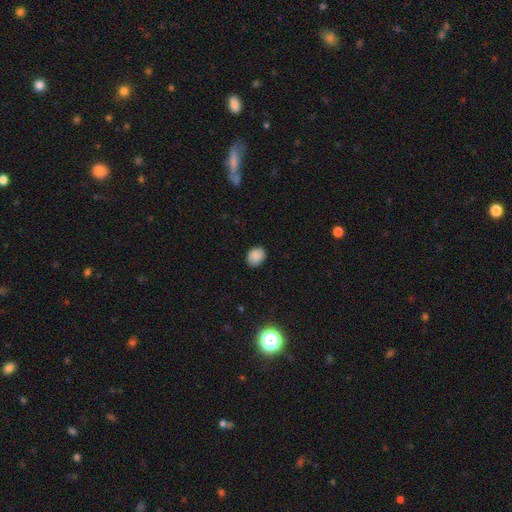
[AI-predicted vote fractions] Smooth or featured? Predicted: smooth (p=0.87). How rounded? Predicted: in between (p=0.56). Merging? Predicted: none (p=0.83).